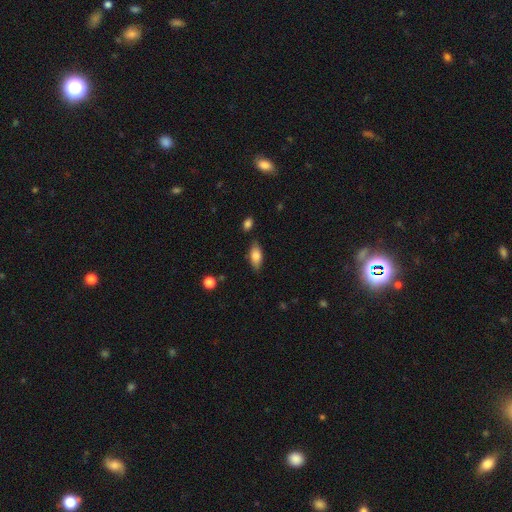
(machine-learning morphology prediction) Smooth or featured? smooth (79%)
How rounded? in between (85%)
Merging? none (80%)